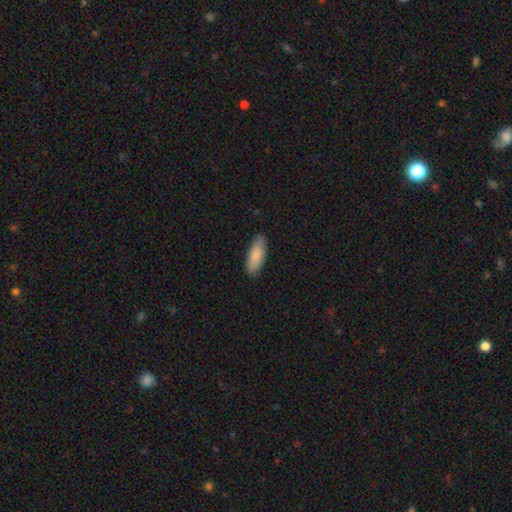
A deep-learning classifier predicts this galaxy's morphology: Smooth or featured? Predicted: smooth (p=0.87). How rounded? Predicted: in between (p=0.69). Merging? Predicted: none (p=0.86).